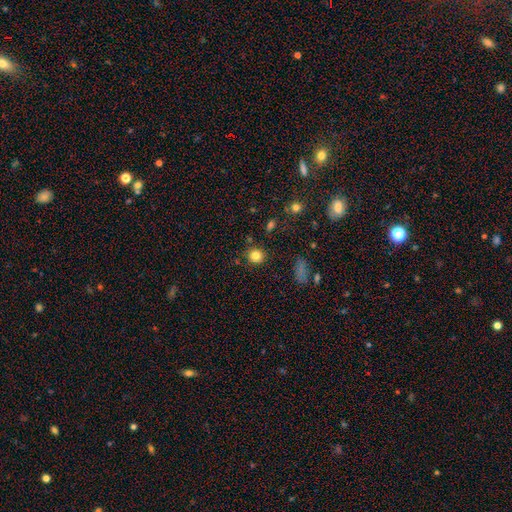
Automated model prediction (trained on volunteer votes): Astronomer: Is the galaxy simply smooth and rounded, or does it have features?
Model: smooth — 82%.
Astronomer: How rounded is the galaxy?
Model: round — 89%.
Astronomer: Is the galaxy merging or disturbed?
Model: none — 86%.